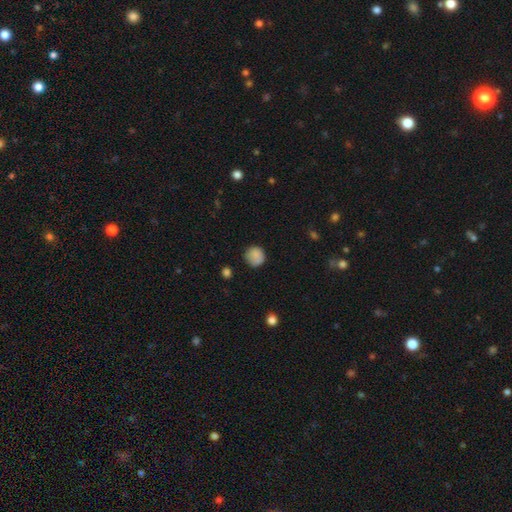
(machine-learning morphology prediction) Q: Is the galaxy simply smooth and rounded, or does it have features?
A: smooth — 84%.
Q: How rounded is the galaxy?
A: round — 88%.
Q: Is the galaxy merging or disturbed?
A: none — 74%.